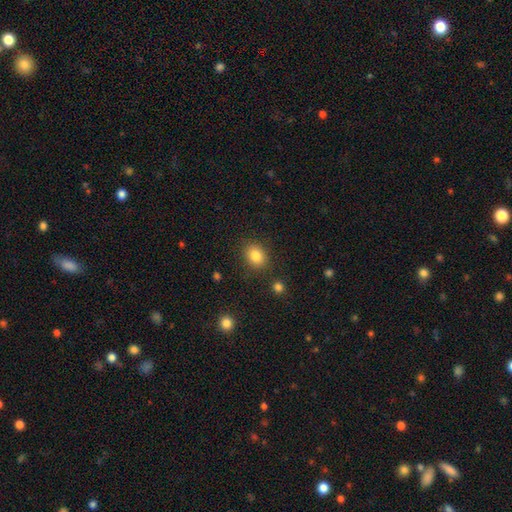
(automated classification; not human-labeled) Overall: smooth (84%). How rounded: round (56%; in between 43%). Merging: none (85%).